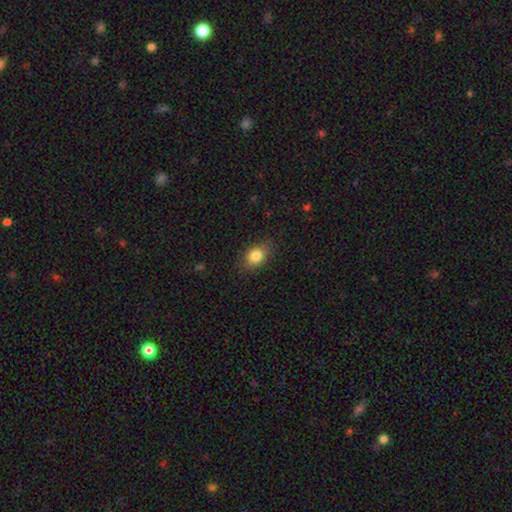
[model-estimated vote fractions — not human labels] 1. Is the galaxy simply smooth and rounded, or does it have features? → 83% smooth, 9% star or artifact, 8% featured or disk.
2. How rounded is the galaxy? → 75% in between, 24% round, 2% cigar-shaped.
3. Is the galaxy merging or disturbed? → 83% none, 13% minor disturbance, 3% major disturbance, 1% merger.